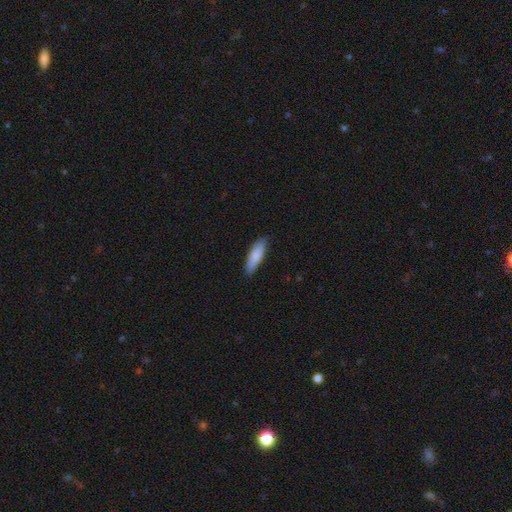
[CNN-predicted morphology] This is clearly a smooth galaxy (83%). How rounded: possibly cigar-shaped (58%). Merging: clearly none (84%).